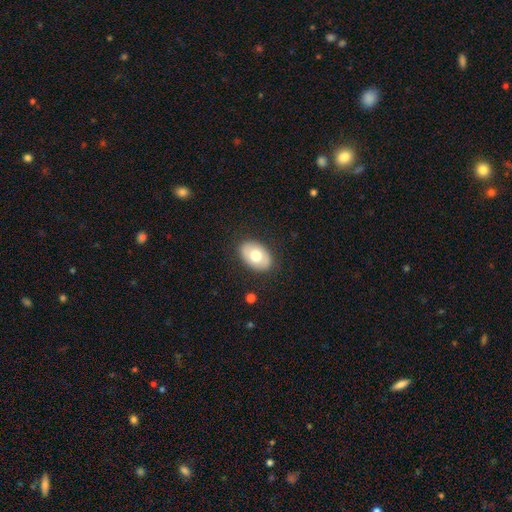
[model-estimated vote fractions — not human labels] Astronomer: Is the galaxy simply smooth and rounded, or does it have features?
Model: smooth — 70%.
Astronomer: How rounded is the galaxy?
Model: in between — 87%.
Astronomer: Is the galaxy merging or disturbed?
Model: none — 86%.